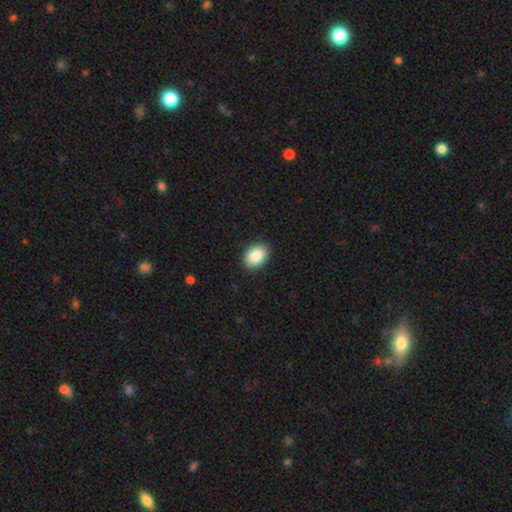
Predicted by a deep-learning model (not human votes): Q: Smooth or featured?
A: smooth (87%); runner-up: star or artifact (7%)
Q: How rounded?
A: in between (75%); runner-up: round (24%)
Q: Merging?
A: none (90%); runner-up: minor disturbance (7%)